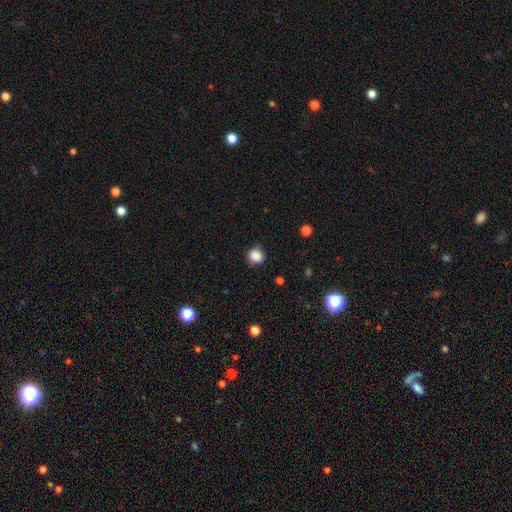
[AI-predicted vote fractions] smooth-or-featured: smooth: 86% | star or artifact: 11% | featured or disk: 4%
  how-rounded: round: 83% | in between: 16% | cigar-shaped: 1%
  merging: none: 80% | minor disturbance: 15% | major disturbance: 3% | merger: 2%